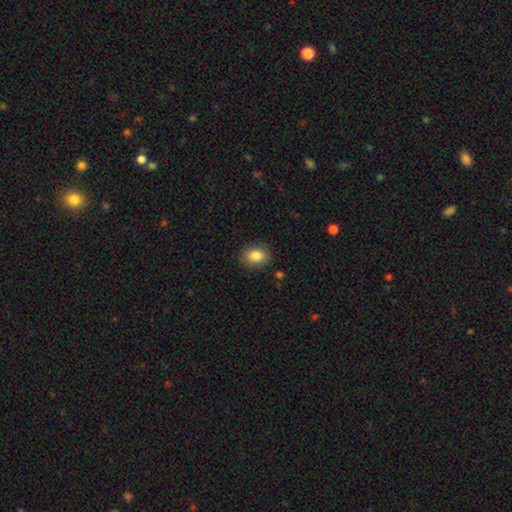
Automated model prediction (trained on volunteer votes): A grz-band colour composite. It shows a smooth galaxy with no disk features (85%) that is in between round and cigar-shaped (63%). Merging: none (86%).